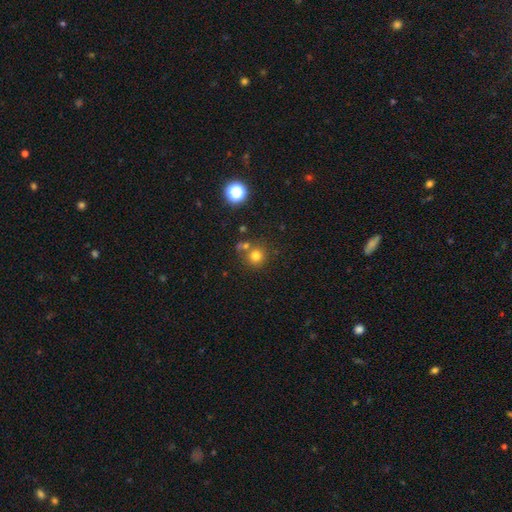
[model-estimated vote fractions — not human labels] Overall: smooth (76%). How rounded: round (91%). Merging: none (67%).